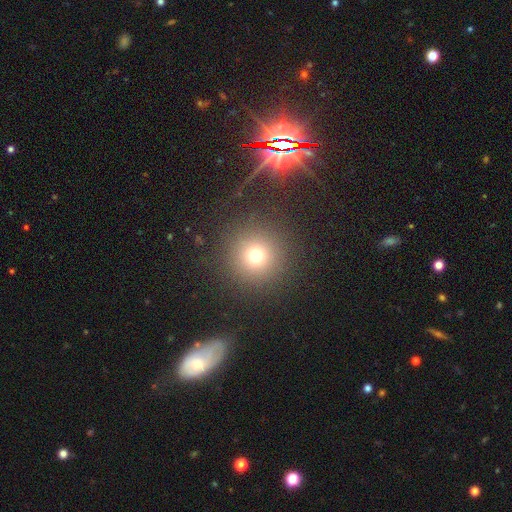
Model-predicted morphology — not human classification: This appears to be a smooth galaxy with no disk features (71%) that is round (95%). Merging: none (88%).